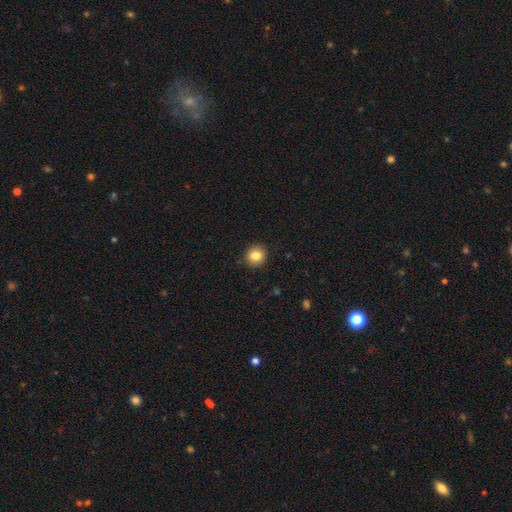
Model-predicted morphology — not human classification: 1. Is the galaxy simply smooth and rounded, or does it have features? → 84% smooth, 10% star or artifact, 6% featured or disk.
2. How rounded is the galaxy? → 88% round, 11% in between, 1% cigar-shaped.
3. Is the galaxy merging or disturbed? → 91% none, 6% minor disturbance, 2% major disturbance, 1% merger.